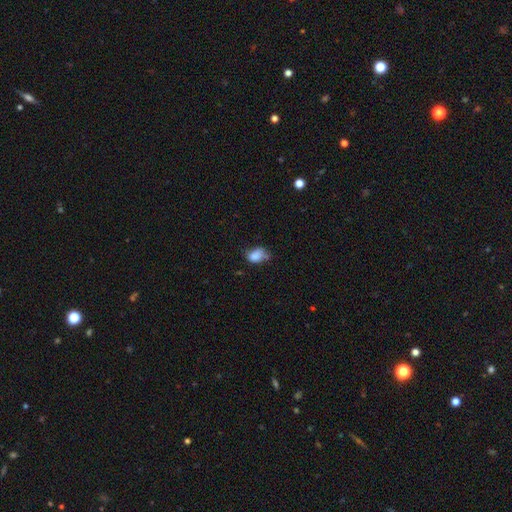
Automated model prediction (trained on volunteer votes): Morphology: type=smooth (82%); roundness=in between (76%); merging=none (41%).